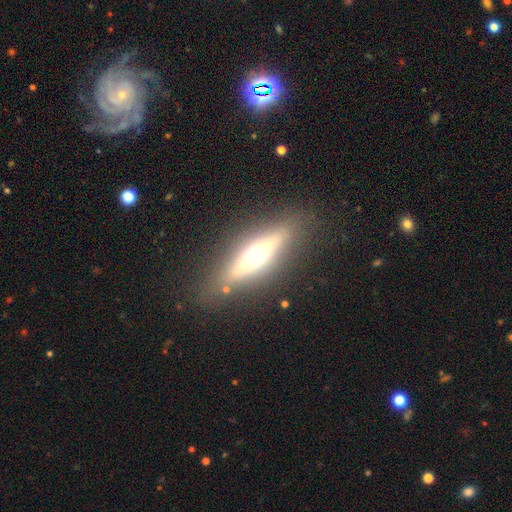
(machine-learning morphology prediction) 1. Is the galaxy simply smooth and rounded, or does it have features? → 55% featured or disk, 37% smooth, 8% star or artifact.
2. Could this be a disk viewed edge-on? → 86% yes, 14% no.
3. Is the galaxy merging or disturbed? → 82% none, 11% minor disturbance, 5% major disturbance, 2% merger.